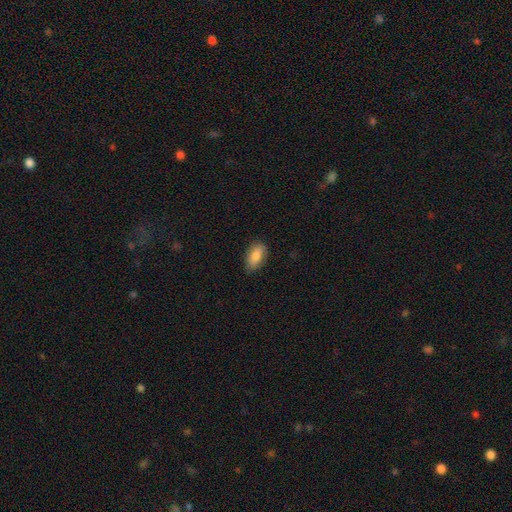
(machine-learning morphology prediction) smooth-or-featured: smooth: 84% | featured or disk: 10% | star or artifact: 7%
  how-rounded: in between: 90% | cigar-shaped: 6% | round: 3%
  merging: none: 79% | minor disturbance: 17% | major disturbance: 3% | merger: 1%